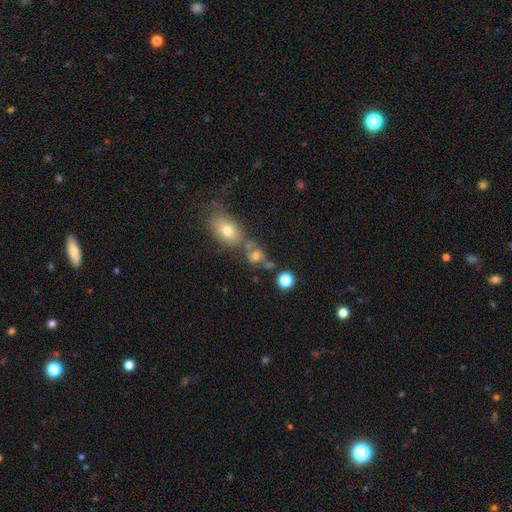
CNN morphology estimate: Smooth or featured?
  - smooth: 66% *
  - featured or disk: 17%
  - star or artifact: 16%
How rounded?
  - round: 54% *
  - in between: 44%
  - cigar-shaped: 2%
Merging?
  - none: 44% *
  - merger: 33%
  - minor disturbance: 15%
  - major disturbance: 8%